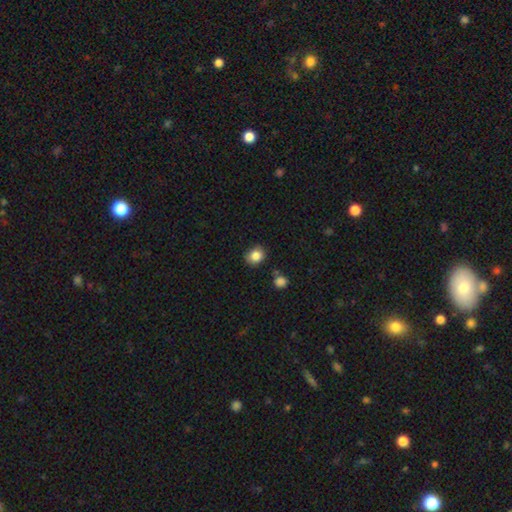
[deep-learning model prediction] Smooth or featured: smooth — 84% (star or artifact — 10%)
How rounded: round — 69% (in between — 30%)
Merging: none — 81% (minor disturbance — 12%)